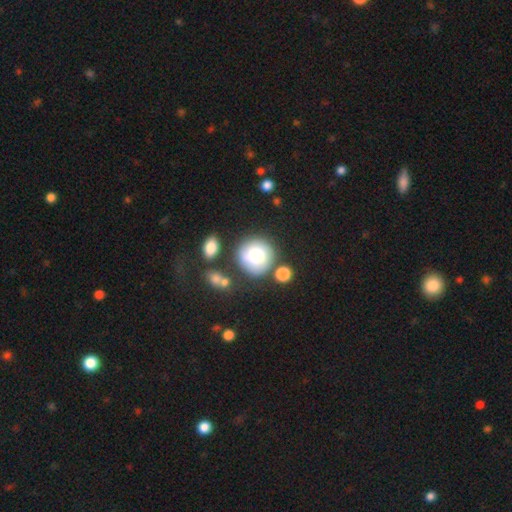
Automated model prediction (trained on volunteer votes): Smooth or featured? smooth (74%)
How rounded? round (90%)
Merging? none (68%)